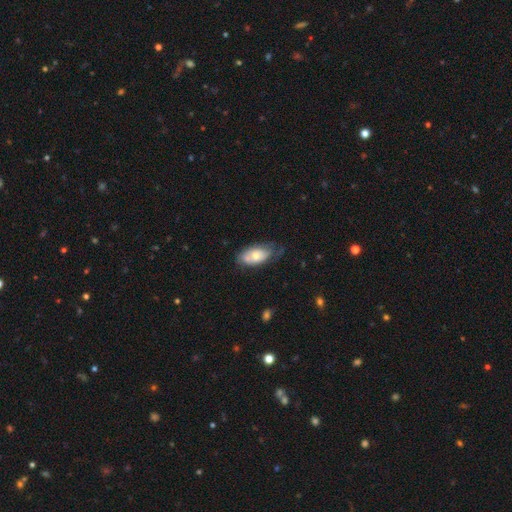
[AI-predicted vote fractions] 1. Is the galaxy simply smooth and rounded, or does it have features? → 59% smooth, 35% featured or disk, 7% star or artifact.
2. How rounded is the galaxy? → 91% in between, 5% cigar-shaped, 4% round.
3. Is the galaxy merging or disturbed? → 47% none, 35% minor disturbance, 14% major disturbance, 5% merger.